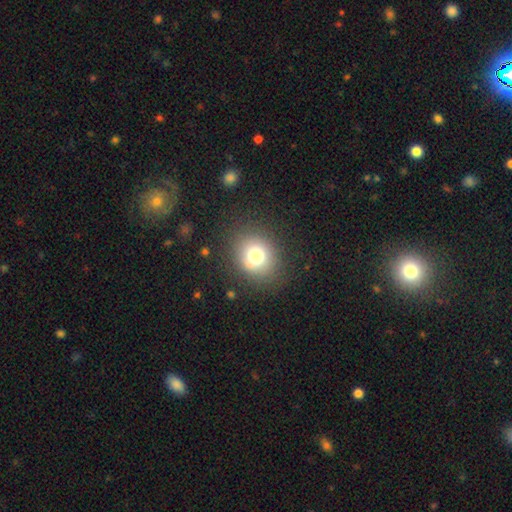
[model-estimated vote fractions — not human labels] This is likely a smooth galaxy (74%). How rounded: likely round (76%). Merging: clearly none (82%).